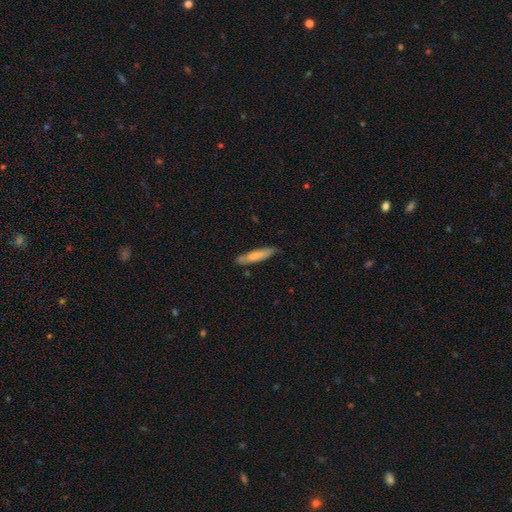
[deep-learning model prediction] Q: Smooth or featured?
A: smooth (69%); runner-up: featured or disk (26%)
Q: How rounded?
A: cigar-shaped (79%); runner-up: in between (20%)
Q: Merging?
A: none (82%); runner-up: minor disturbance (14%)